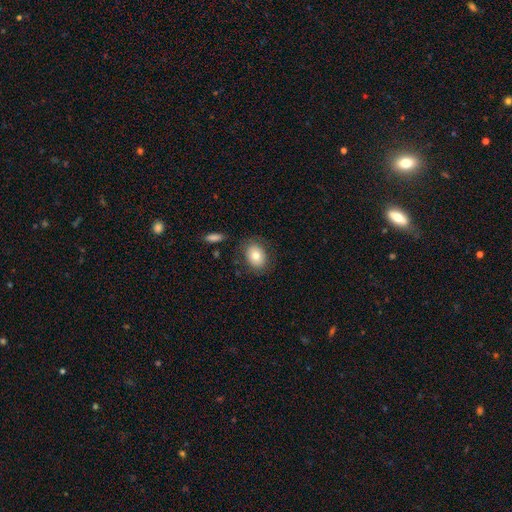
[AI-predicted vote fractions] Smooth or featured? smooth (78%)
How rounded? in between (64%)
Merging? none (79%)